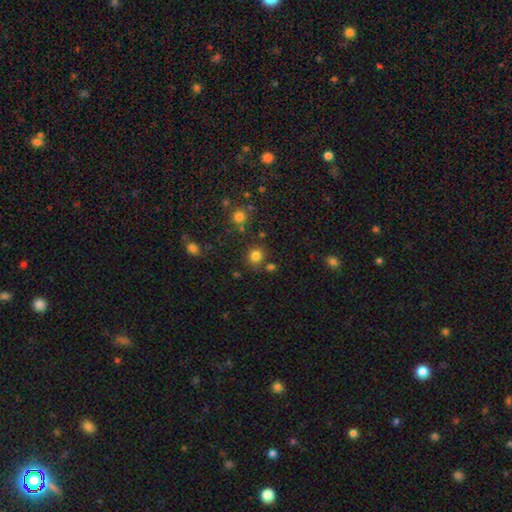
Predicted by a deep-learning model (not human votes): Morphology: type=smooth (80%); roundness=round (84%); merging=none (79%).